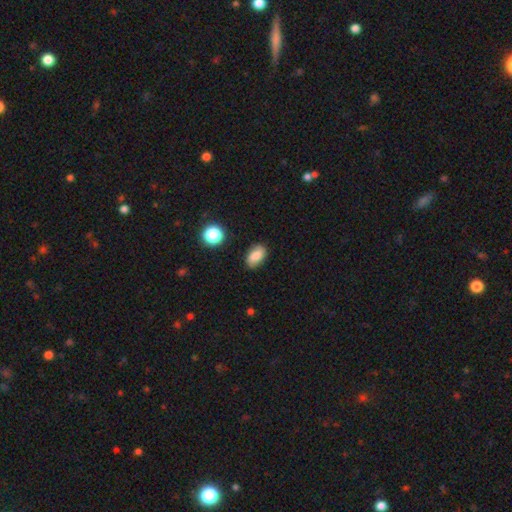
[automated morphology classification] smooth_or_featured: smooth (p=0.75) [alt: featured or disk p=0.15]
how_rounded: in between (p=0.88) [alt: round p=0.09]
merging: none (p=0.83) [alt: minor disturbance p=0.13]